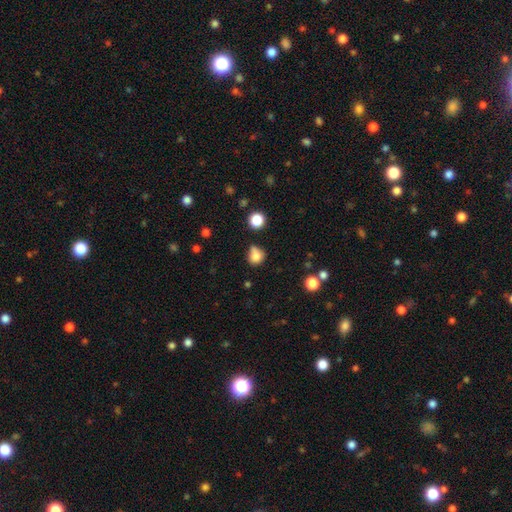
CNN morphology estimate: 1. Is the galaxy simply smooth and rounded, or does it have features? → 80% smooth, 12% star or artifact, 8% featured or disk.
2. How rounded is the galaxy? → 77% round, 22% in between, 1% cigar-shaped.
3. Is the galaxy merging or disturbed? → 53% none, 24% minor disturbance, 15% merger, 9% major disturbance.